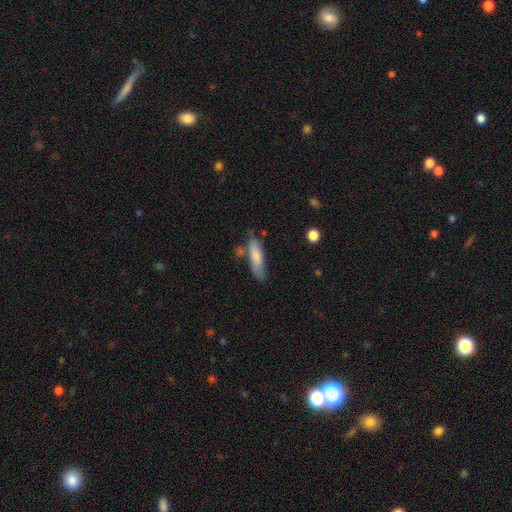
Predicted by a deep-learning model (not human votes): This appears to be a smooth galaxy with no disk features (77%) that is cigar-shaped (62%). Merging: none (57%).